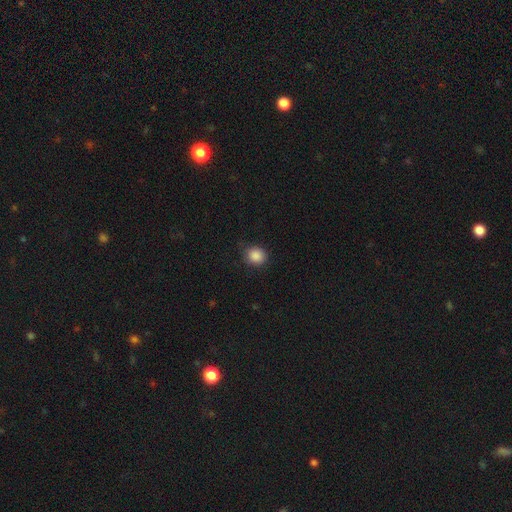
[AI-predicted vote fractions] smooth_or_featured: smooth (p=0.88) [alt: star or artifact p=0.09]
how_rounded: round (p=0.78) [alt: in between p=0.21]
merging: none (p=0.84) [alt: minor disturbance p=0.13]